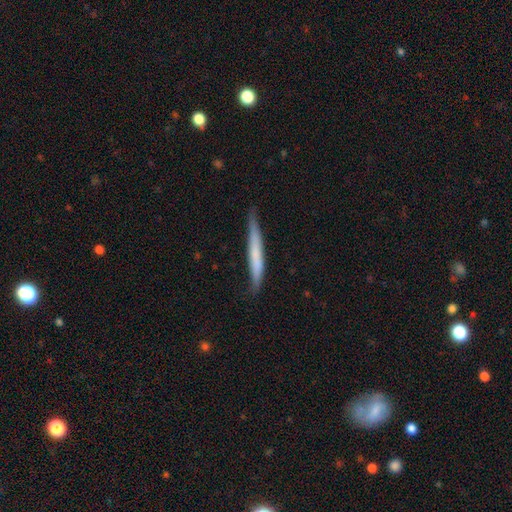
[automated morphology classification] This appears to be a smooth galaxy with no disk features (58%) that is cigar-shaped (96%). Merging: none (76%).